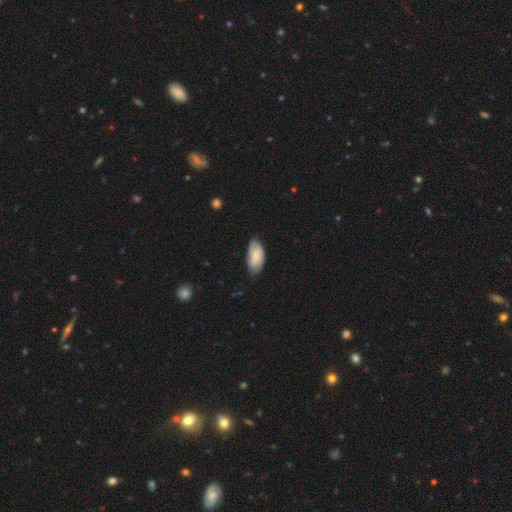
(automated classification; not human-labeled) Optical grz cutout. It shows a smooth galaxy with no disk features (69%) that is in between round and cigar-shaped (93%). Merging: none (71%).